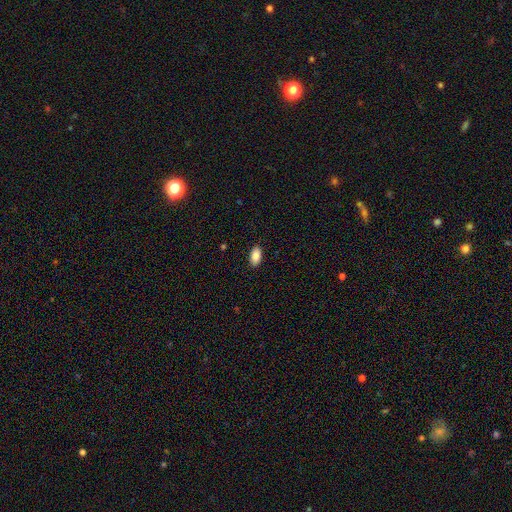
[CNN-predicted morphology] This is clearly a smooth galaxy (87%). How rounded: clearly in between (94%). Merging: clearly none (89%).